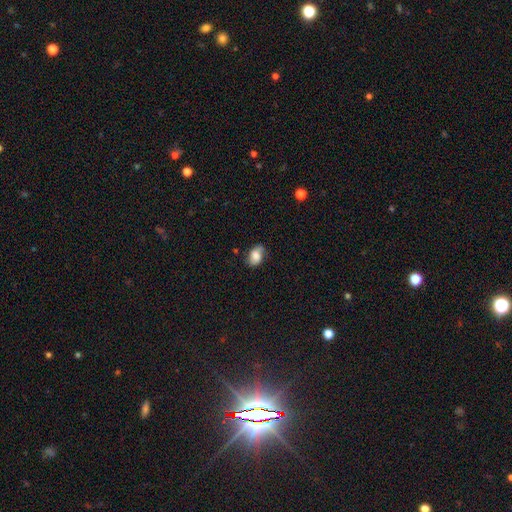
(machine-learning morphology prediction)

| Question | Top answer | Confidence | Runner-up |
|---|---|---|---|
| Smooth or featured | smooth | 70% | featured or disk (21%) |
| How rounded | in between | 84% | round (14%) |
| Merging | none | 63% | minor disturbance (28%) |